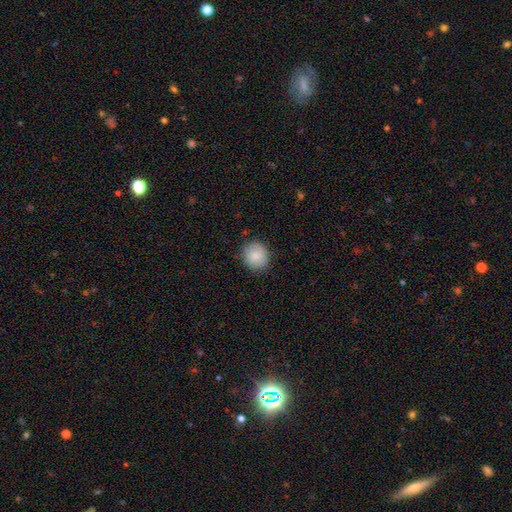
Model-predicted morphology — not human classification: smooth-or-featured: smooth: 85% | featured or disk: 8% | star or artifact: 7%
  how-rounded: round: 85% | in between: 14% | cigar-shaped: 1%
  merging: none: 86% | minor disturbance: 11% | major disturbance: 2% | merger: 1%